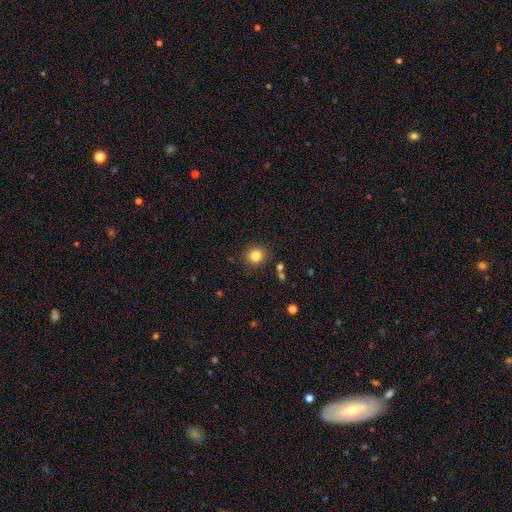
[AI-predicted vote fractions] This appears to be a smooth galaxy with no disk features (82%) that is round (86%). Merging: none (88%).